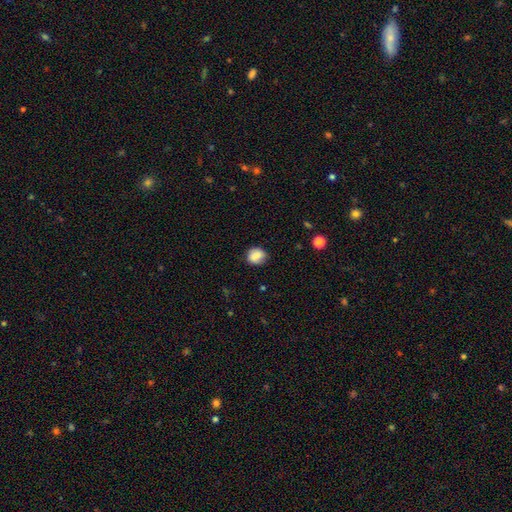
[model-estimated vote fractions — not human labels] This appears to be a smooth galaxy with no disk features (84%) that is round (71%). Merging: none (76%).